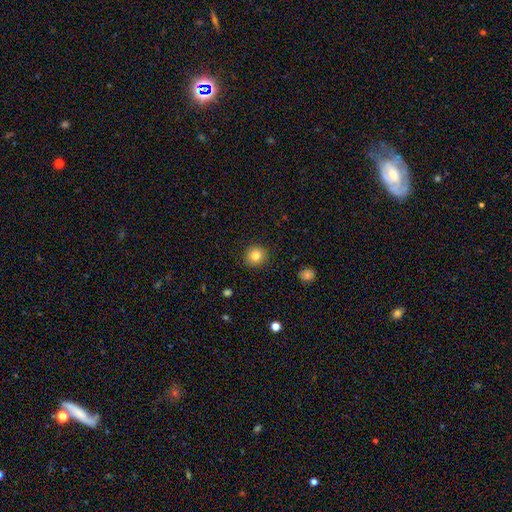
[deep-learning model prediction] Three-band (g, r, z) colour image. It shows a smooth galaxy with no disk features (82%) that is round (90%). Merging: none (90%).